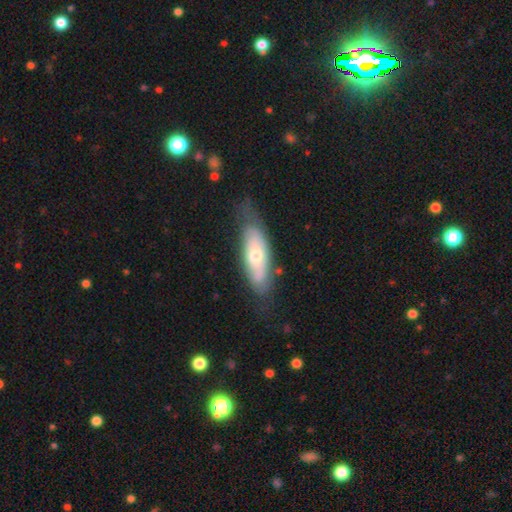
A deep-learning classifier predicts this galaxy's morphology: A smooth galaxy with no disk features (48%). Merging: none (58%).